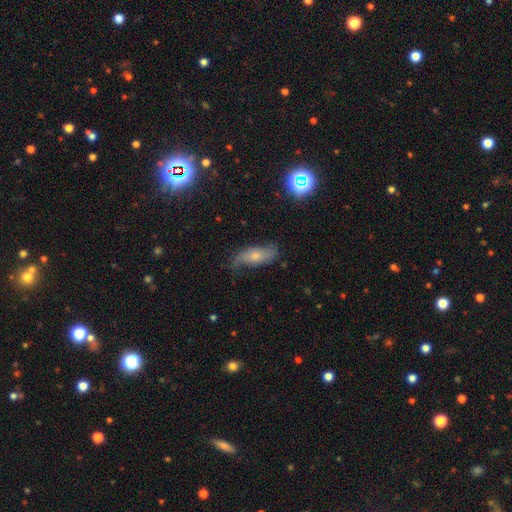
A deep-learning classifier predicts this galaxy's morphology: A featured or disk galaxy (50%).

Vote fractions:
- Smooth or featured? featured or disk: 50% / smooth: 40% / star or artifact: 10%
- Edge-on disk? no: 81% / yes: 19%
- Merging? none: 61% / minor disturbance: 27% / major disturbance: 10% / merger: 2%